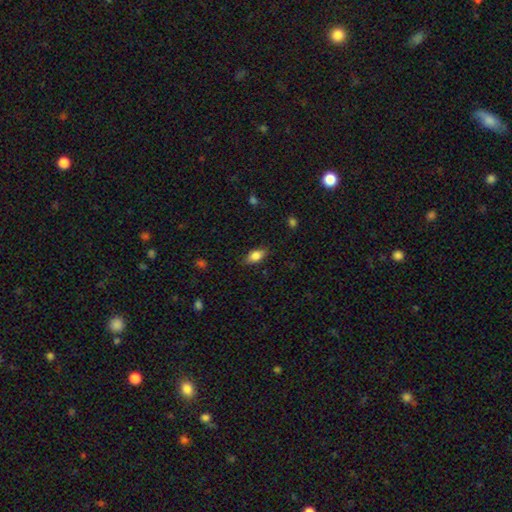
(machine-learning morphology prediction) type=smooth (77%); roundness=in between (85%); merging=none (82%).